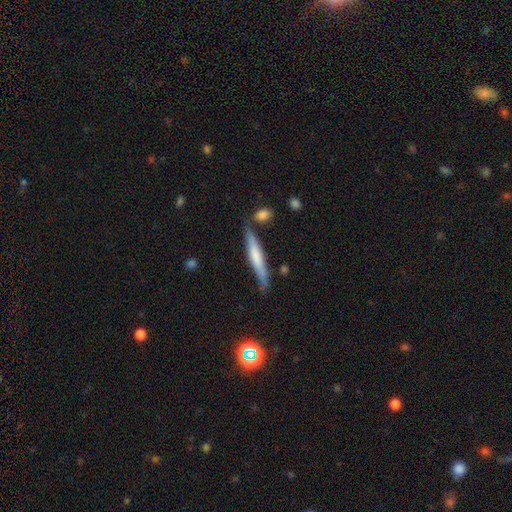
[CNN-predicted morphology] smooth 53%, featured or disk 40%, star or artifact 6%. Down the decision tree: how rounded — cigar-shaped (93%); merging — none (74%).